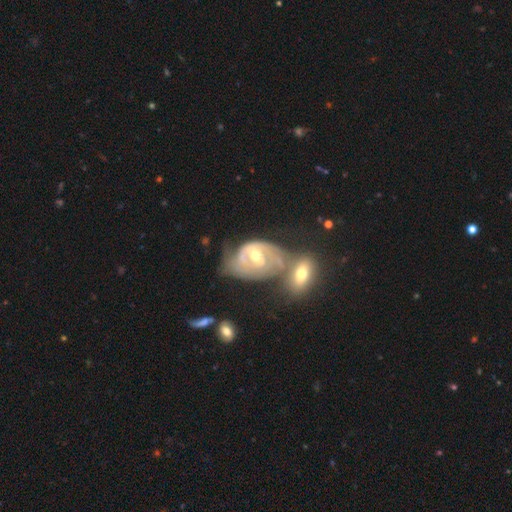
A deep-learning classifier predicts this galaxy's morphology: This is clearly a featured or disk galaxy (83%). It is clearly not viewed edge-on (96%). Bar: possibly weak (48%). Spiral arm pattern: clearly yes (87%). Spiral arm count: possibly 2 (55%). Spiral winding: possibly tight (53%). Central bulge: likely moderate (66%). Merging: marginally merger (36%).